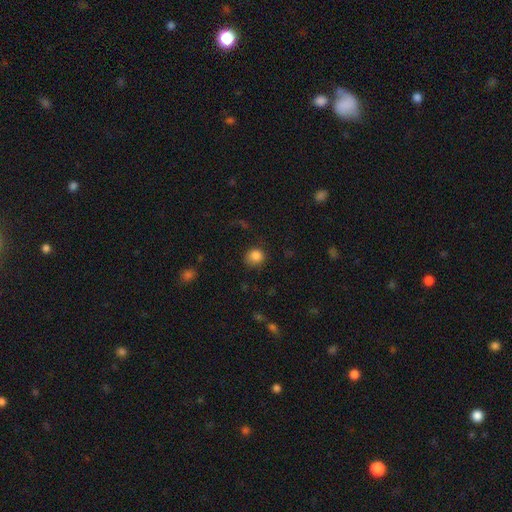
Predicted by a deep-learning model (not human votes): smooth 85%, star or artifact 10%, featured or disk 4%. Down the decision tree: how rounded — round (81%); merging — none (79%).